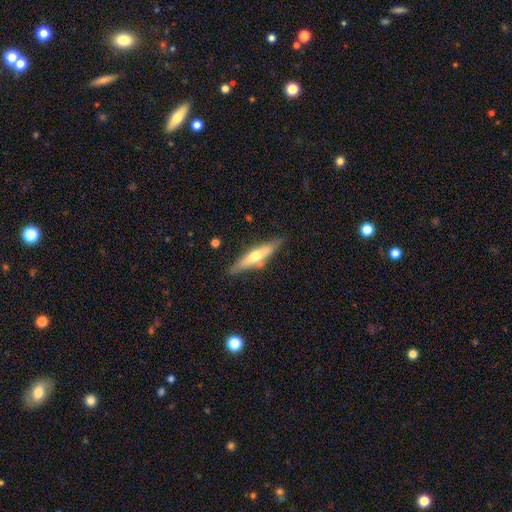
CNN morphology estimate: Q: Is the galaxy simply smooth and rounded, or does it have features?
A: featured or disk — 56%.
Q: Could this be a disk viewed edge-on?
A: yes — 90%.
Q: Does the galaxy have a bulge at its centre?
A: rounded — 89%.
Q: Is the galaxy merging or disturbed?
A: none — 79%.